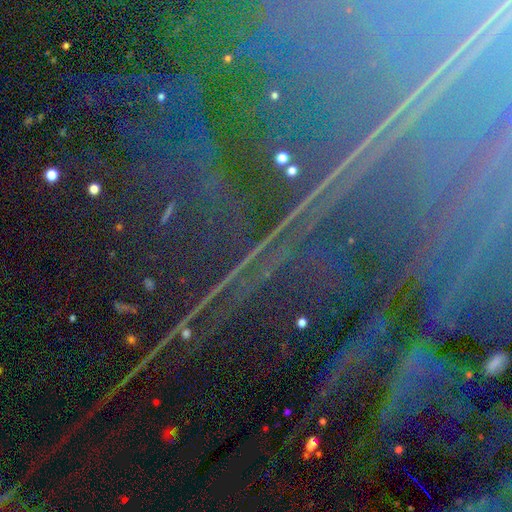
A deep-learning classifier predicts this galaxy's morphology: This appears to be a star or artifact, not a galaxy (90%).